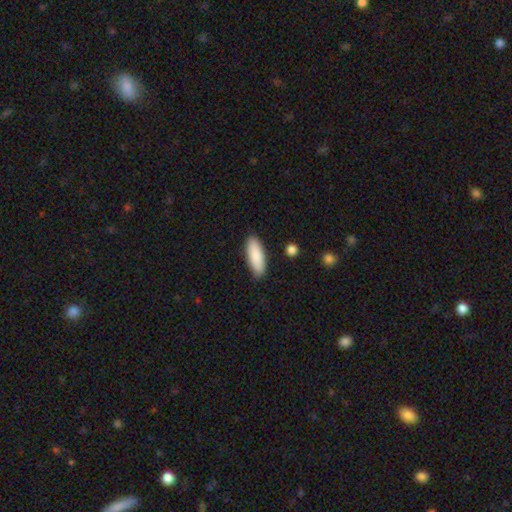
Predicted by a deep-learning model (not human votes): Smooth or featured? smooth (88%)
How rounded? in between (64%)
Merging? none (88%)